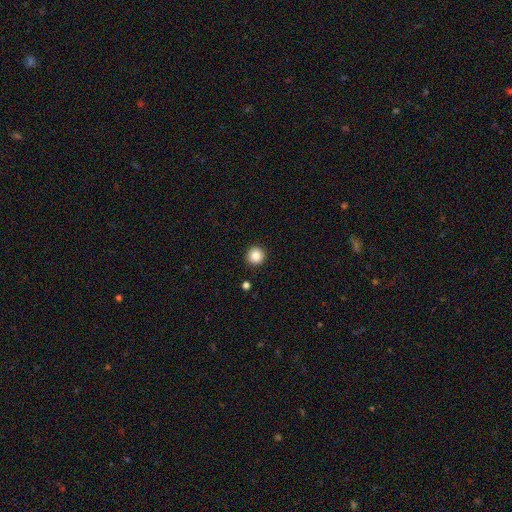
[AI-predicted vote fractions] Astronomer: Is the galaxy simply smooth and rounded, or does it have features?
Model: smooth — 86%.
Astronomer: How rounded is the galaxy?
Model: round — 95%.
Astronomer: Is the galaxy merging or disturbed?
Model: none — 93%.